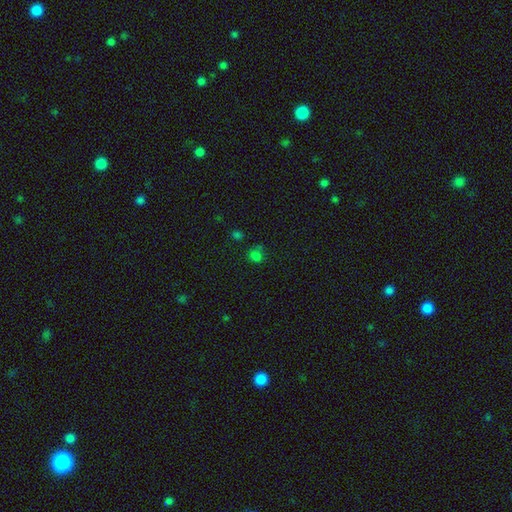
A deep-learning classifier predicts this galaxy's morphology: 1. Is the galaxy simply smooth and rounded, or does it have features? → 62% smooth, 31% star or artifact, 6% featured or disk.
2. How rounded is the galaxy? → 71% round, 28% in between, 1% cigar-shaped.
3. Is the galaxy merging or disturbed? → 62% none, 19% minor disturbance, 10% merger, 9% major disturbance.